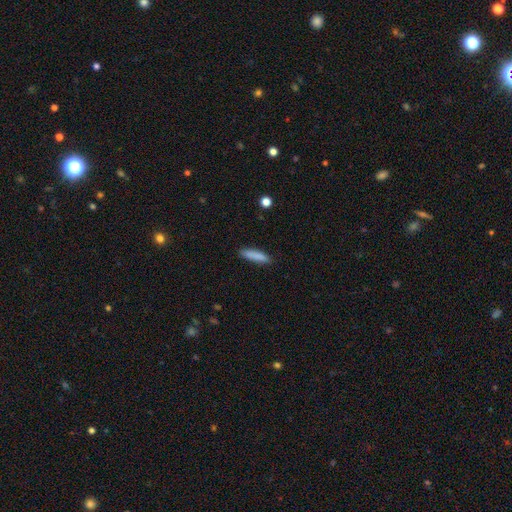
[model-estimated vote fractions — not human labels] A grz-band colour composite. It shows a smooth galaxy with no disk features (86%) that is cigar-shaped (80%). Merging: none (87%).